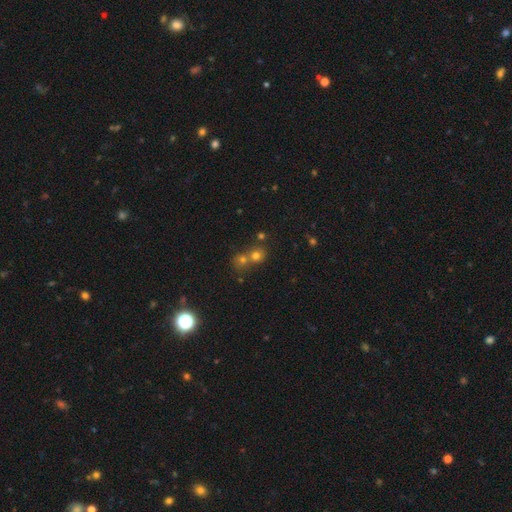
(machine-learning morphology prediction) smooth_or_featured: smooth (p=0.67) [alt: star or artifact p=0.21]
how_rounded: round (p=0.81) [alt: in between p=0.18]
merging: merger (p=0.51) [alt: none p=0.41]